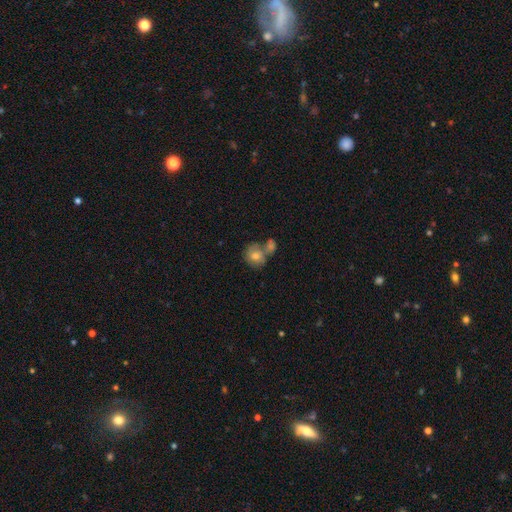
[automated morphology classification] Smooth or featured? smooth (68%)
How rounded? round (78%)
Merging? merger (43%)